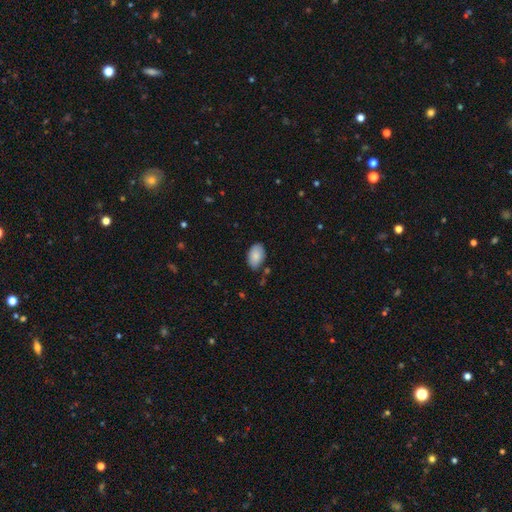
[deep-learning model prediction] A smooth galaxy with no disk features (86%) that is in between round and cigar-shaped (92%). Merging: none (78%).